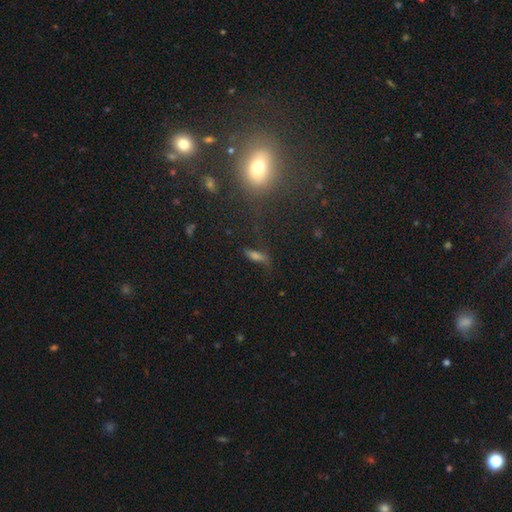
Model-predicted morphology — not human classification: Smooth or featured? Predicted: smooth (p=0.49). Merging? Predicted: none (p=0.62).